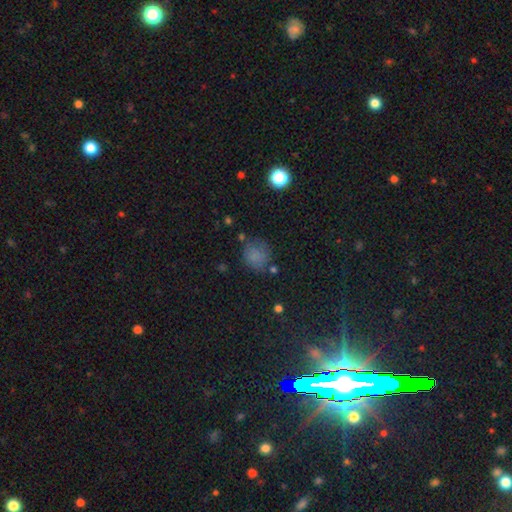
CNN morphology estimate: This is likely a smooth galaxy (71%). How rounded: likely round (73%). Merging: likely none (60%).